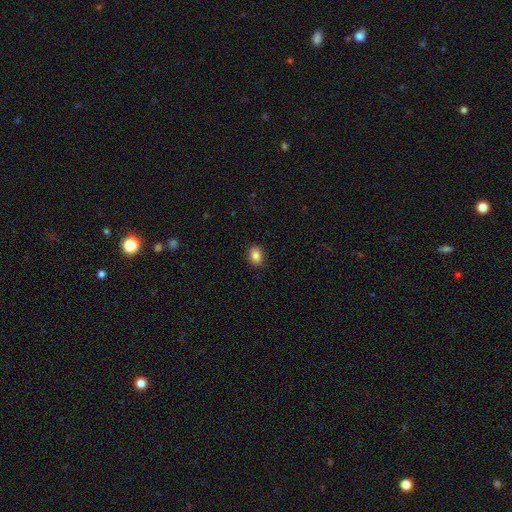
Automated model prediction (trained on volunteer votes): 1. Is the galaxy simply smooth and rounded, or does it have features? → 86% smooth, 9% star or artifact, 5% featured or disk.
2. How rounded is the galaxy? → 69% in between, 30% round, 1% cigar-shaped.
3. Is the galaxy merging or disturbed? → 89% none, 8% minor disturbance, 2% major disturbance, 1% merger.